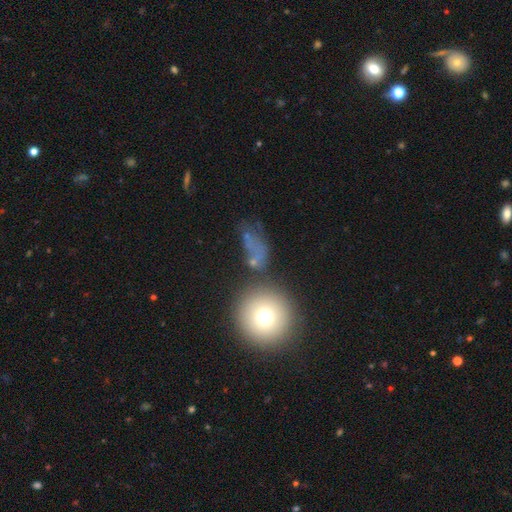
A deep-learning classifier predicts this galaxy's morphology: Smooth or featured? smooth (56%)
How rounded? in between (58%)
Merging? none (30%)